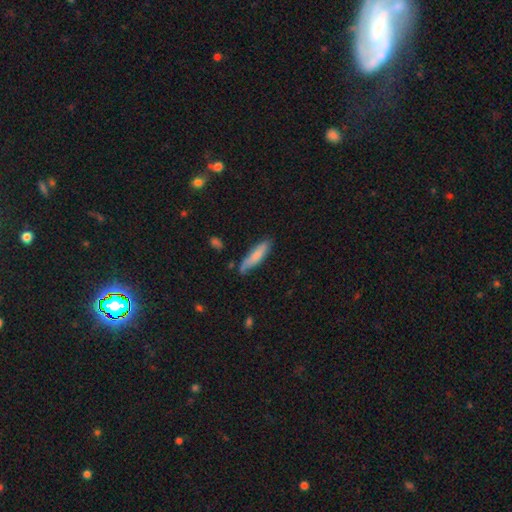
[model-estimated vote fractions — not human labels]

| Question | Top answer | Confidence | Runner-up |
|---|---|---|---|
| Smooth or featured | smooth | 74% | featured or disk (20%) |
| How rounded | cigar-shaped | 74% | in between (25%) |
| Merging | none | 69% | minor disturbance (23%) |